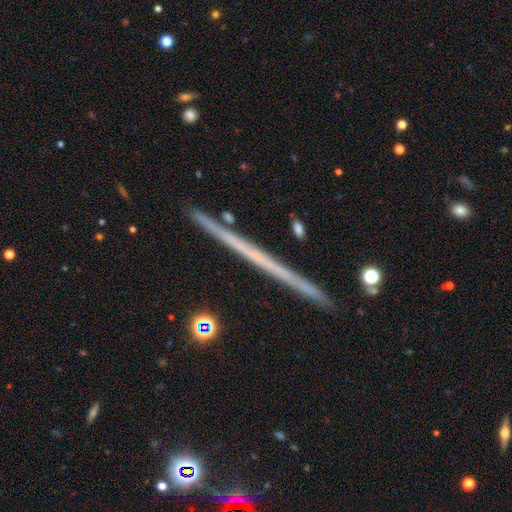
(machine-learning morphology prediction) Q: Smooth or featured?
A: featured or disk (65%); runner-up: smooth (27%)
Q: Edge-on disk?
A: yes (98%); runner-up: no (2%)
Q: Edge-on bulge?
A: none (91%); runner-up: rounded (6%)
Q: Merging?
A: none (91%); runner-up: minor disturbance (6%)